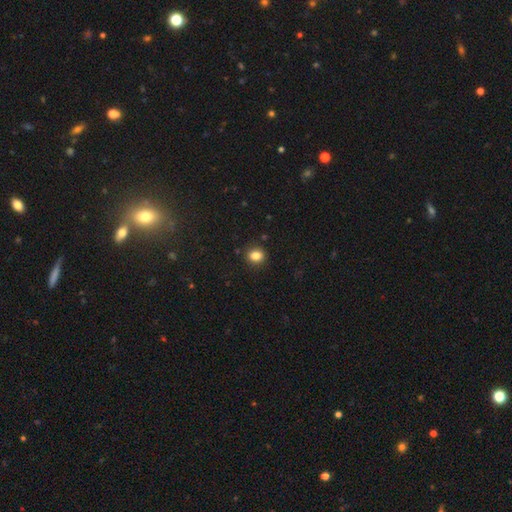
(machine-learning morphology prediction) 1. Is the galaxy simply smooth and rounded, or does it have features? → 84% smooth, 11% star or artifact, 5% featured or disk.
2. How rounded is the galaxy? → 65% round, 34% in between, 1% cigar-shaped.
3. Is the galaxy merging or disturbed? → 89% none, 8% minor disturbance, 2% major disturbance, 1% merger.